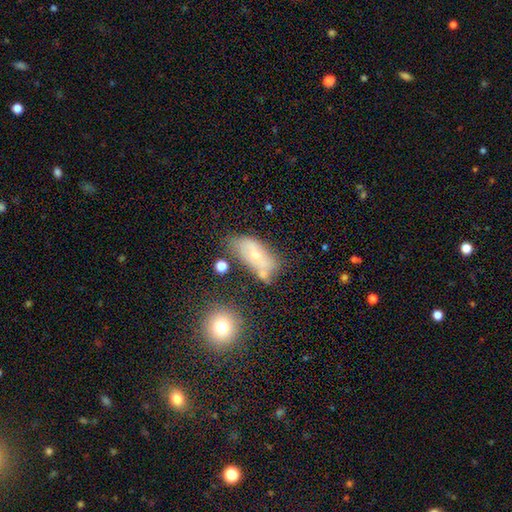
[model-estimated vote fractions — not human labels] This appears to be a smooth galaxy with no disk features (49%). Merging: none (40%).